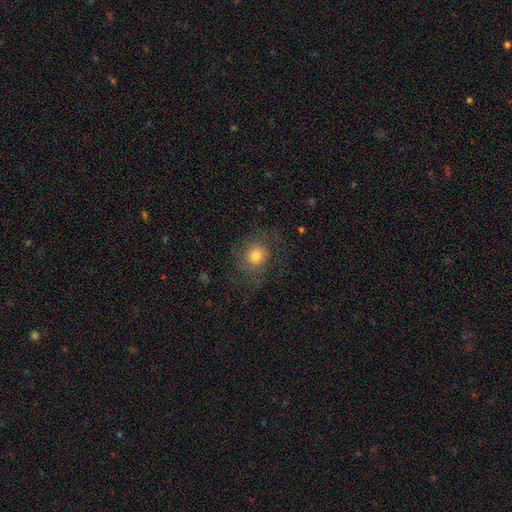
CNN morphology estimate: smooth_or_featured: smooth (p=0.61) [alt: featured or disk p=0.27]
how_rounded: round (p=0.78) [alt: in between p=0.21]
merging: none (p=0.67) [alt: minor disturbance p=0.16]